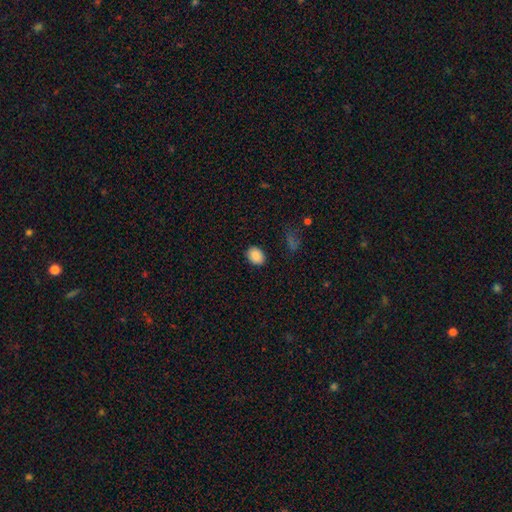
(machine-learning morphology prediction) Smooth or featured? Predicted: smooth (p=0.88). How rounded? Predicted: in between (p=0.65). Merging? Predicted: none (p=0.87).